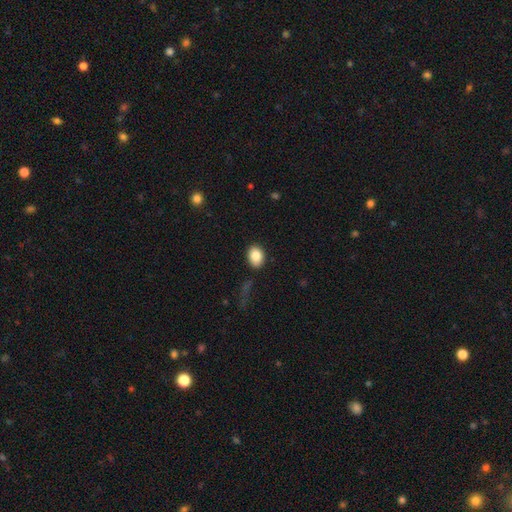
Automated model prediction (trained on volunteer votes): This is clearly a smooth galaxy (85%). How rounded: likely in between (68%). Merging: clearly none (85%).